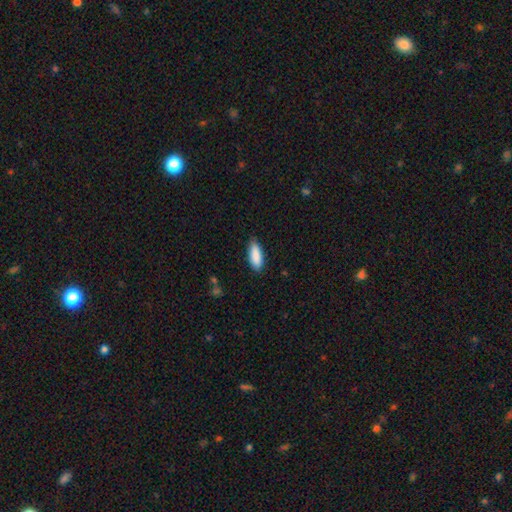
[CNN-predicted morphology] The model was most divided on "how rounded": in between: 68%, cigar-shaped: 31%, round: 2%. More confident: smooth or featured — smooth (89%); merging — none (83%).